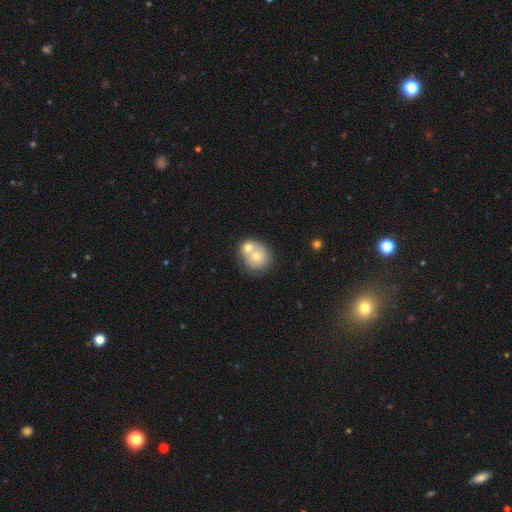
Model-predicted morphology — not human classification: Smooth or featured? Predicted: smooth (p=0.67). How rounded? Predicted: round (p=0.79). Merging? Predicted: merger (p=0.61).